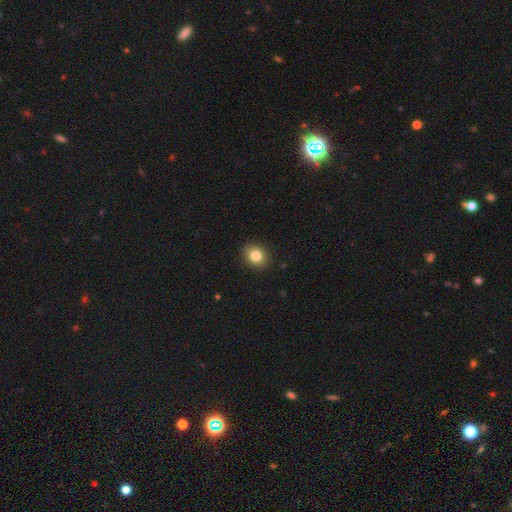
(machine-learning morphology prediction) The model was most divided on "how rounded": round: 57%, in between: 42%, cigar-shaped: 1%. More confident: merging — none (90%); smooth or featured — smooth (83%).